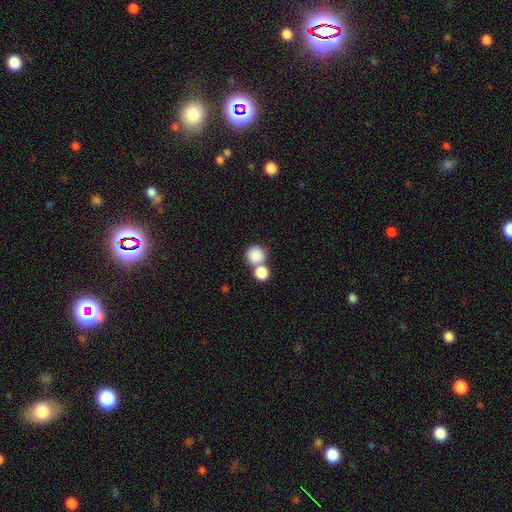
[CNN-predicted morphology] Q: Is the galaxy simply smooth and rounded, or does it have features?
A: smooth — 84%.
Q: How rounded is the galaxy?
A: round — 88%.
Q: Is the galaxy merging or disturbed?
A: none — 45%, tied with merger.